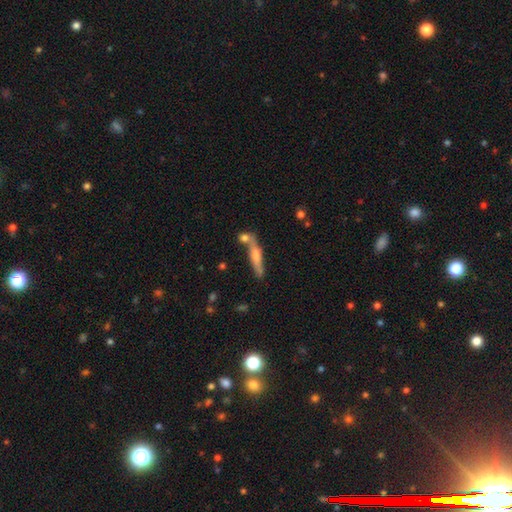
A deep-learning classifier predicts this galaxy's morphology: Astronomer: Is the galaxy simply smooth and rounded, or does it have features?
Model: smooth — 59% (runner-up: featured or disk, 34%).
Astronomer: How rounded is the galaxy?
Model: cigar-shaped — 85%.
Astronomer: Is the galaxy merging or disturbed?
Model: none — 58%.